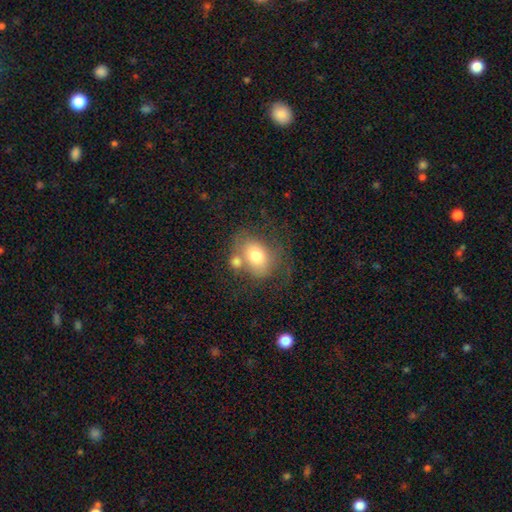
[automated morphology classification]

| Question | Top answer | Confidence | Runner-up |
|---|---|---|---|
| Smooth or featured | smooth | 64% | featured or disk (27%) |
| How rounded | in between | 66% | round (33%) |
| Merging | none | 37% | merger (28%) |